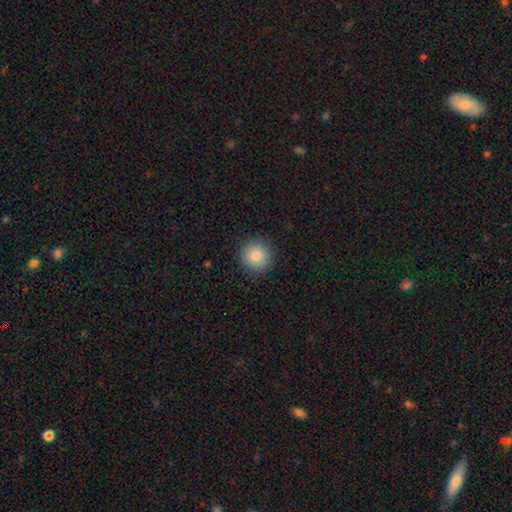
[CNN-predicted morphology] smooth 84%, star or artifact 9%, featured or disk 6%. Down the decision tree: how rounded — round (93%); merging — none (90%).